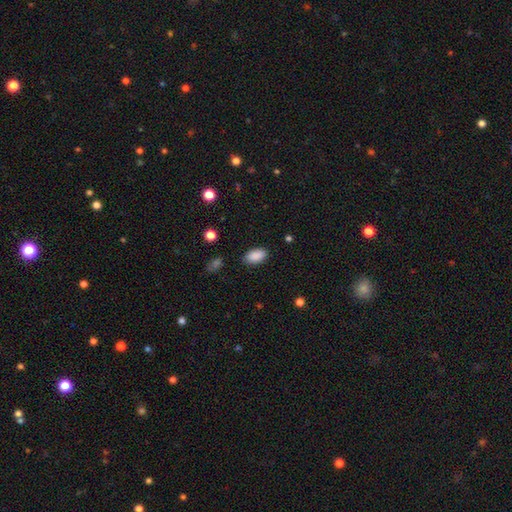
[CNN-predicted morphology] The model was most divided on "merging": none: 85%, minor disturbance: 11%, major disturbance: 3%, merger: 1%. More confident: how rounded — in between (94%); smooth or featured — smooth (89%).